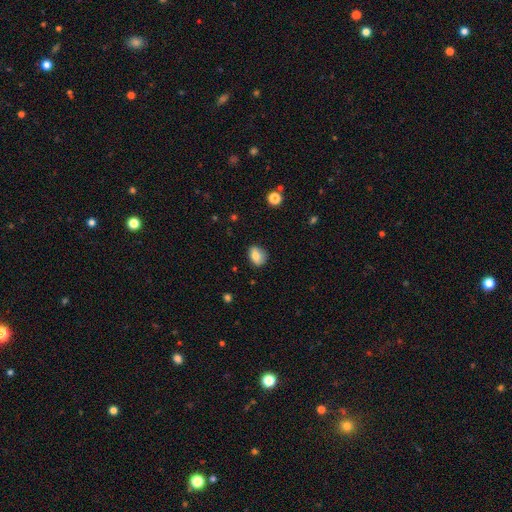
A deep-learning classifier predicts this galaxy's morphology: Smooth or featured?
  - smooth: 81% *
  - featured or disk: 10%
  - star or artifact: 9%
How rounded?
  - in between: 66% *
  - round: 33%
  - cigar-shaped: 1%
Merging?
  - none: 76% *
  - minor disturbance: 19%
  - major disturbance: 4%
  - merger: 1%